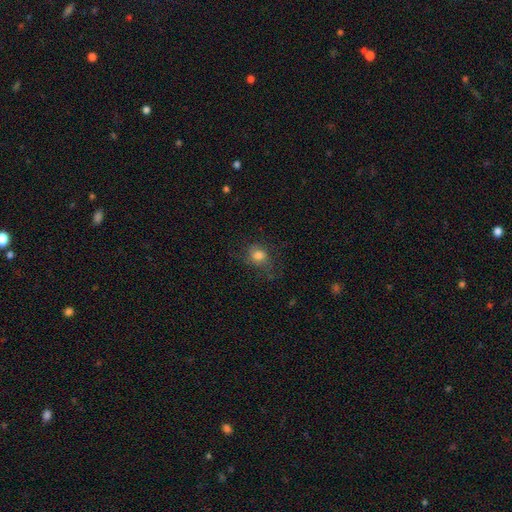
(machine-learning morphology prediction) Smooth or featured? Predicted: smooth (p=0.59). How rounded? Predicted: round (p=0.72). Merging? Predicted: none (p=0.66).